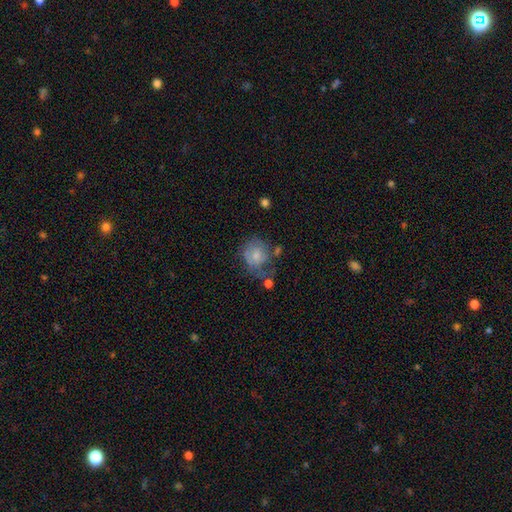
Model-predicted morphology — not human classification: Smooth or featured? smooth (61%)
How rounded? round (67%)
Merging? none (36%)